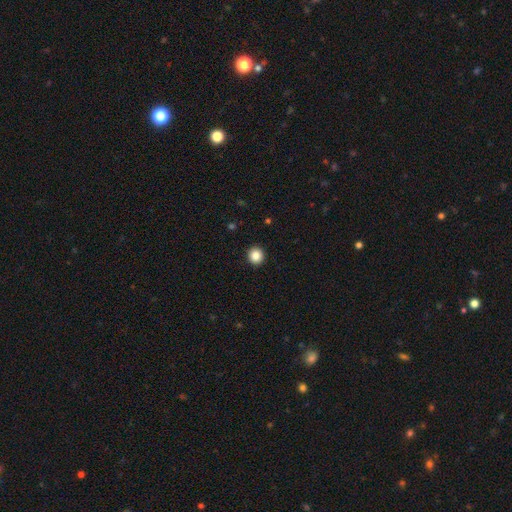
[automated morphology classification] Smooth or featured? Predicted: smooth (p=0.87). How rounded? Predicted: round (p=0.93). Merging? Predicted: none (p=0.93).